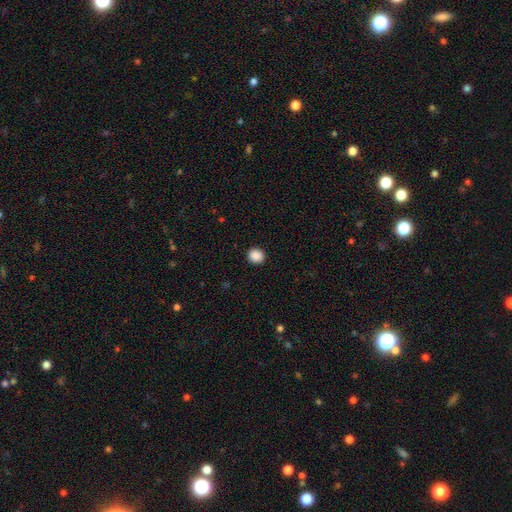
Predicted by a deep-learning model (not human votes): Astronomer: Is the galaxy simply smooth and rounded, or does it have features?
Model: smooth — 89%.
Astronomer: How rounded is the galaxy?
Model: round — 85%.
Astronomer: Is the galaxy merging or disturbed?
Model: none — 92%.